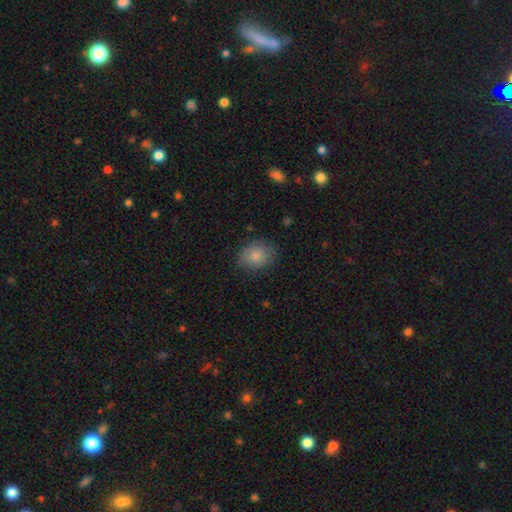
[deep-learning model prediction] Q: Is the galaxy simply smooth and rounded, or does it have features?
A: smooth — 84%.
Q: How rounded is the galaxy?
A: in between — 51%.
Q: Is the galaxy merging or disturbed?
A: none — 80%.